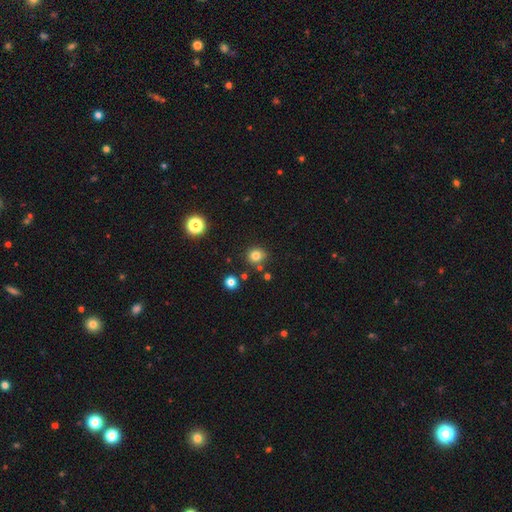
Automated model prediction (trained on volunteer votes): A smooth galaxy with no disk features (79%) that is round (89%). Merging: none (81%).